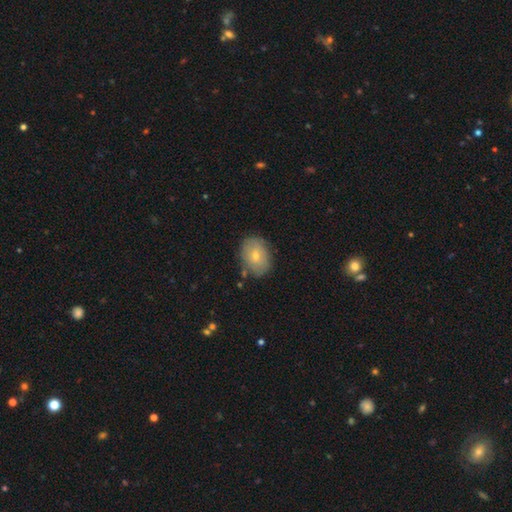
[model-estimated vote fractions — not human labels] A smooth galaxy with no disk features (69%) that is in between round and cigar-shaped (69%).

Vote fractions:
- Smooth or featured? smooth: 69% / featured or disk: 24% / star or artifact: 7%
- How rounded? in between: 69% / round: 30% / cigar-shaped: 1%
- Merging? none: 78% / minor disturbance: 16% / major disturbance: 4% / merger: 3%